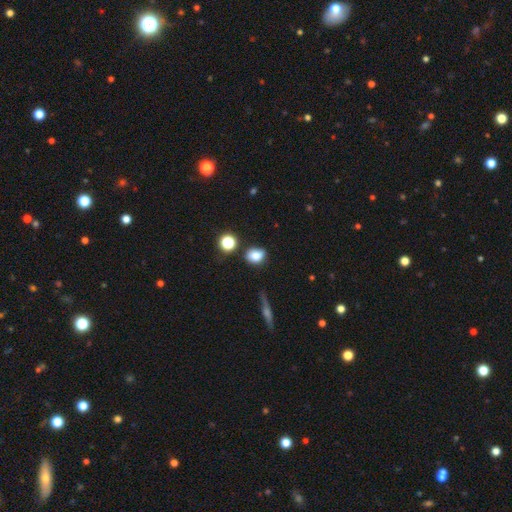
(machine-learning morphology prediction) Smooth or featured? Predicted: smooth (p=0.78). How rounded? Predicted: in between (p=0.49, tied with round). Merging? Predicted: none (p=0.74).